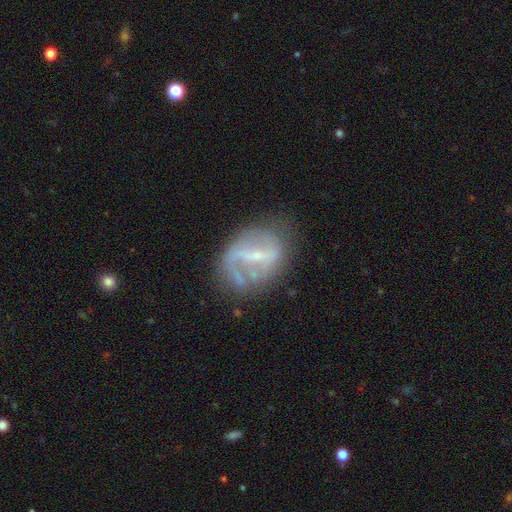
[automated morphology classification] smooth_or_featured: featured or disk (p=0.75) [alt: smooth p=0.16]
disk_edge_on: no (p=0.95) [alt: yes p=0.05]
bar: strong (p=0.54) [alt: weak p=0.33]
has_spiral_arms: yes (p=0.64) [alt: no p=0.36]
bulge_size: small (p=0.69) [alt: moderate p=0.18]
merging: none (p=0.50) [alt: minor disturbance p=0.25]